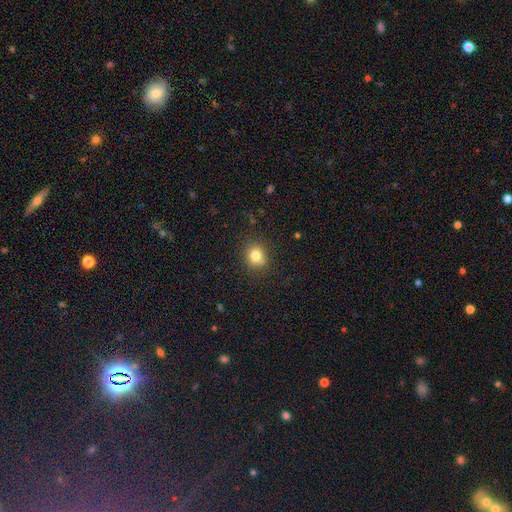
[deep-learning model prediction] Overall: smooth (80%). How rounded: round (80%). Merging: none (82%).